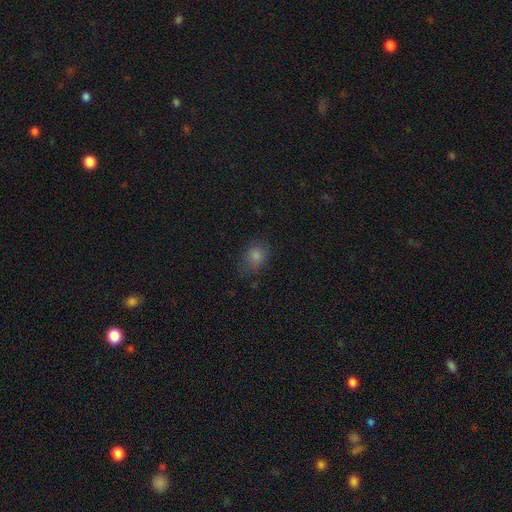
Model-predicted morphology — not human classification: A smooth galaxy with no disk features (76%) that is in between round and cigar-shaped (53%). Merging: none (72%).